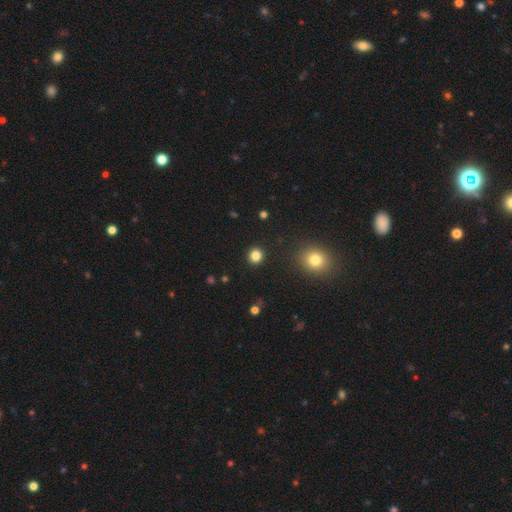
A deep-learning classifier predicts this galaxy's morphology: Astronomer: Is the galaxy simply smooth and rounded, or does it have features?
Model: smooth — 83%.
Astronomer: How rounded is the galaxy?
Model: round — 91%.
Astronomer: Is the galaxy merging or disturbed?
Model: none — 92%.